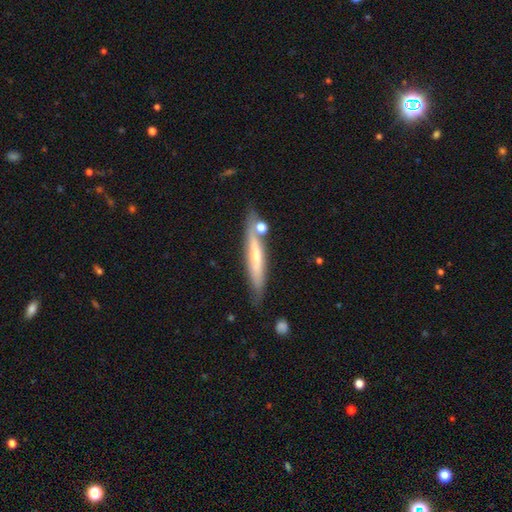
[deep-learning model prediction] Overall: featured or disk (54%; smooth 39%). Edge-on disk: yes (85%). Merging: none (73%).